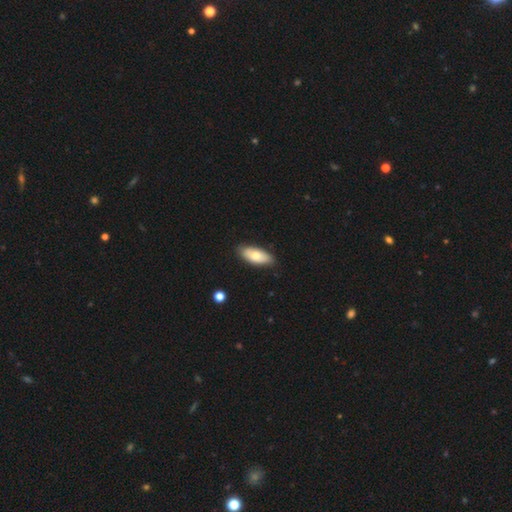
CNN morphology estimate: smooth_or_featured: smooth (p=0.71) [alt: featured or disk p=0.24]
how_rounded: in between (p=0.86) [alt: cigar-shaped p=0.12]
merging: none (p=0.85) [alt: minor disturbance p=0.12]